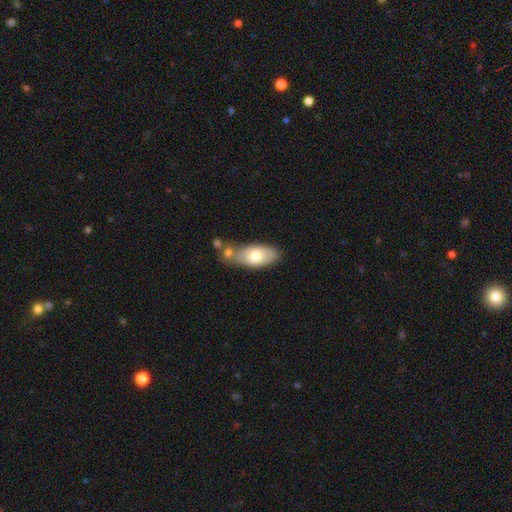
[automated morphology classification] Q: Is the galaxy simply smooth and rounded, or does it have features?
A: smooth — 71%.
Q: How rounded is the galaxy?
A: in between — 89%.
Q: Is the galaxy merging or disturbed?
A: none — 50%.